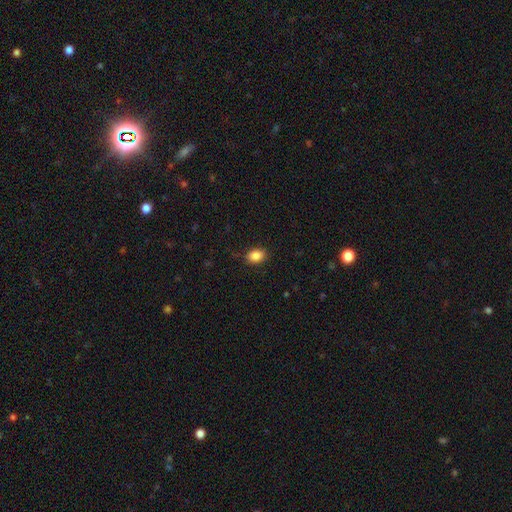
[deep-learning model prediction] smooth_or_featured: smooth (p=0.87) [alt: star or artifact p=0.09]
how_rounded: in between (p=0.70) [alt: round p=0.29]
merging: none (p=0.86) [alt: minor disturbance p=0.11]